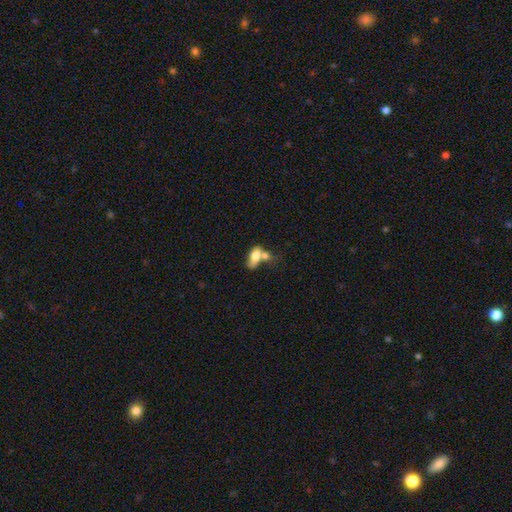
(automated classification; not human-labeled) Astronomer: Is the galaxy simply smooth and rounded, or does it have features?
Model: smooth — 69%.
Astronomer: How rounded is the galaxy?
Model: in between — 83%.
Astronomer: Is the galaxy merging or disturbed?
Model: merger — 58%.